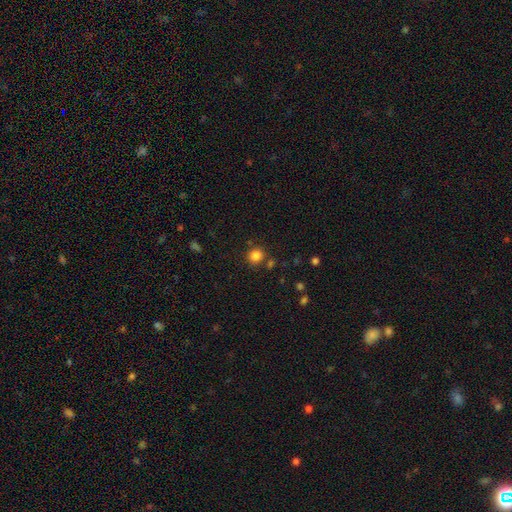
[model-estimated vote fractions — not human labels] Smooth or featured?
  - smooth: 83% *
  - star or artifact: 12%
  - featured or disk: 4%
How rounded?
  - round: 84% *
  - in between: 15%
  - cigar-shaped: 1%
Merging?
  - none: 78% *
  - minor disturbance: 10%
  - merger: 8%
  - major disturbance: 4%